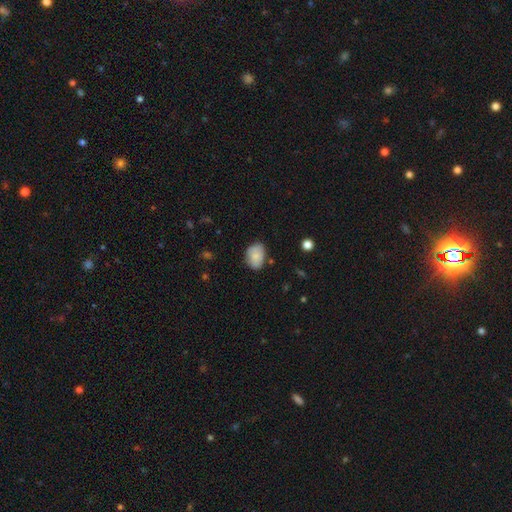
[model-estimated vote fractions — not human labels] Smooth or featured? Predicted: smooth (p=0.81). How rounded? Predicted: in between (p=0.78). Merging? Predicted: none (p=0.72).